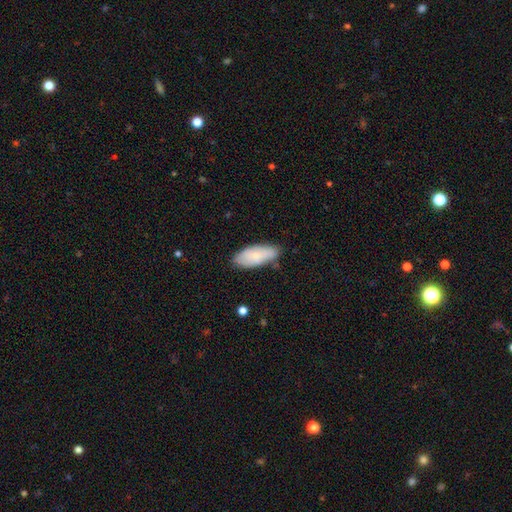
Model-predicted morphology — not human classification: smooth-or-featured: smooth: 75% | featured or disk: 19% | star or artifact: 6%
  how-rounded: in between: 85% | cigar-shaped: 13% | round: 2%
  merging: none: 73% | minor disturbance: 21% | major disturbance: 3% | merger: 3%